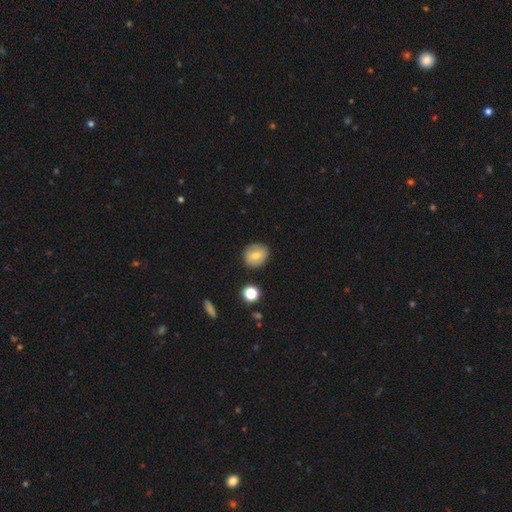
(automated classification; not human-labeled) Smooth or featured? Predicted: smooth (p=0.69). How rounded? Predicted: round (p=0.83). Merging? Predicted: none (p=0.85).